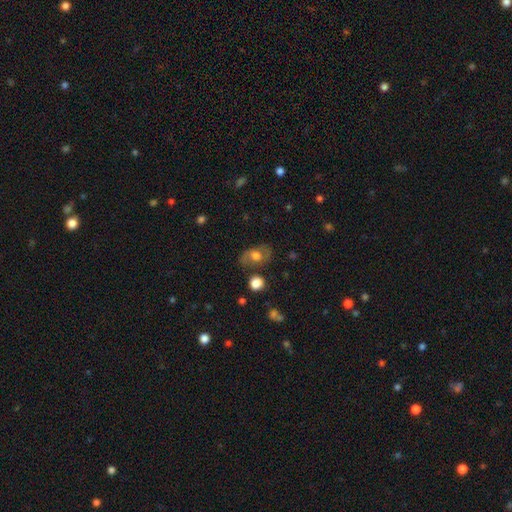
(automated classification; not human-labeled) Smooth or featured?
  - smooth: 54% *
  - featured or disk: 36%
  - star or artifact: 10%
How rounded?
  - in between: 74% *
  - round: 23%
  - cigar-shaped: 2%
Merging?
  - none: 67% *
  - minor disturbance: 20%
  - major disturbance: 9%
  - merger: 5%